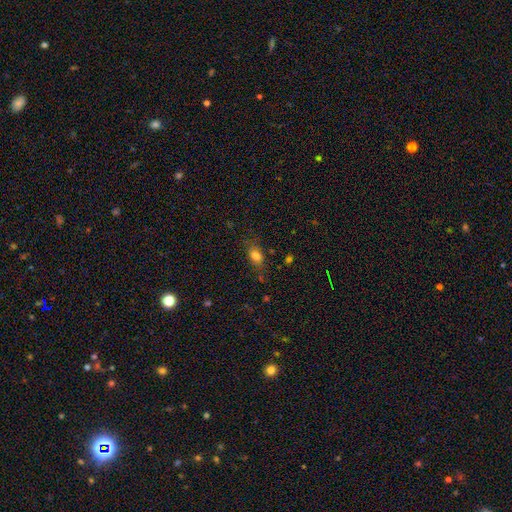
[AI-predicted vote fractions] smooth 78%, star or artifact 12%, featured or disk 10%. Down the decision tree: how rounded — in between (78%); merging — none (70%).